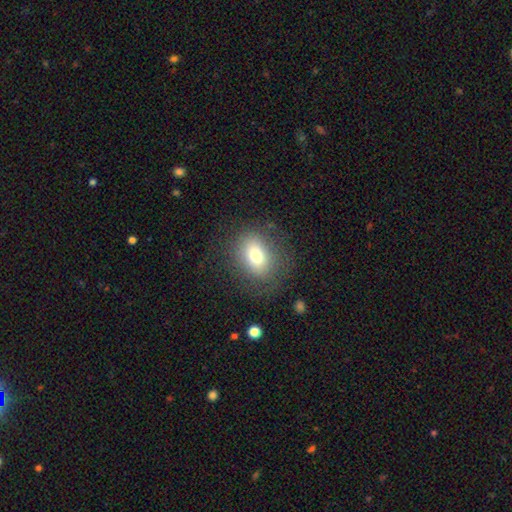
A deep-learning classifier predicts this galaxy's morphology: This appears to be a smooth galaxy with no disk features (74%) that is in between round and cigar-shaped (58%). Merging: none (76%).